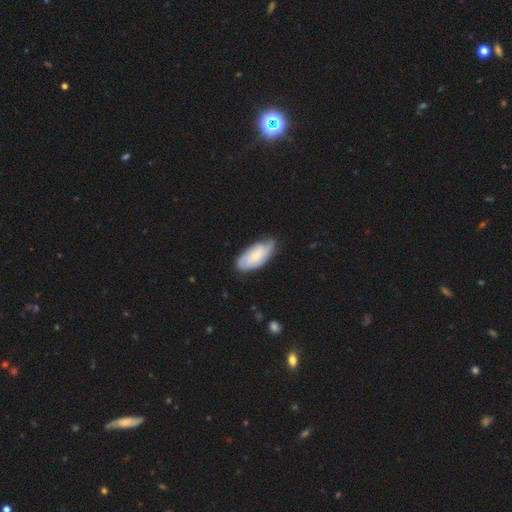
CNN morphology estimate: type=smooth (52%); roundness=in between (88%); merging=none (70%).